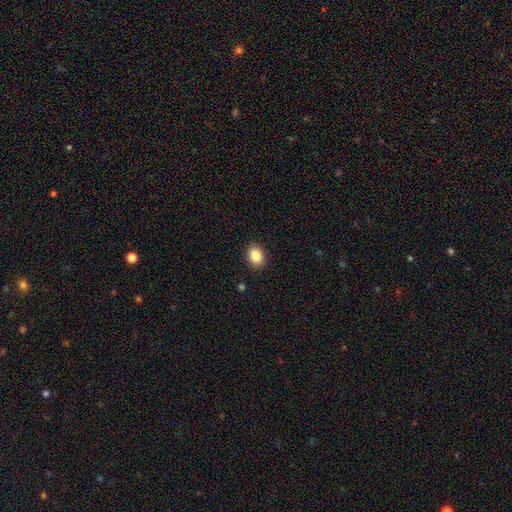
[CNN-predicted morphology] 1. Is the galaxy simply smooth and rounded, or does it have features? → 86% smooth, 9% star or artifact, 5% featured or disk.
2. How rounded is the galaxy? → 63% in between, 36% round, 1% cigar-shaped.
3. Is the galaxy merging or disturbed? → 90% none, 7% minor disturbance, 2% major disturbance, 1% merger.